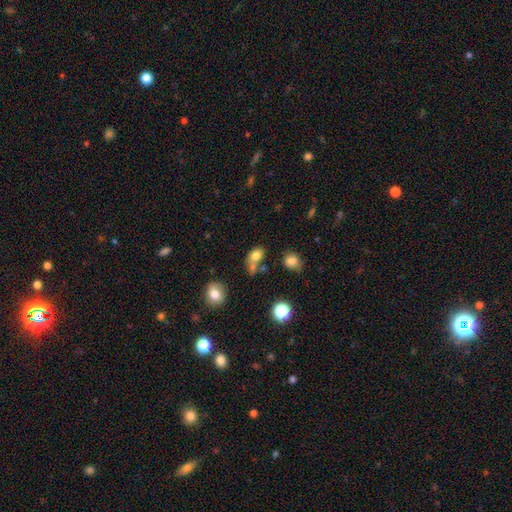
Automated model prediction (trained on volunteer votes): Overall: smooth (77%). How rounded: in between (68%; round 29%). Merging: none (41%; merger 36%).